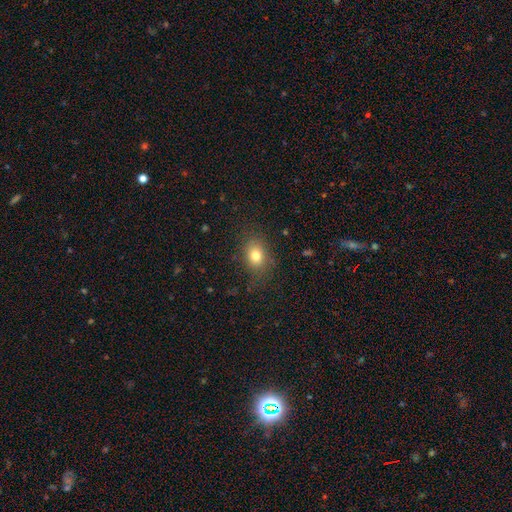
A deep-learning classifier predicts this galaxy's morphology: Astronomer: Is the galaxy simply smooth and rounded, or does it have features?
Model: smooth — 78%.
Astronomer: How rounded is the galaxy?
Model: in between — 58% (runner-up: round, 41%).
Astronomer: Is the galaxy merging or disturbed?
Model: none — 78%.